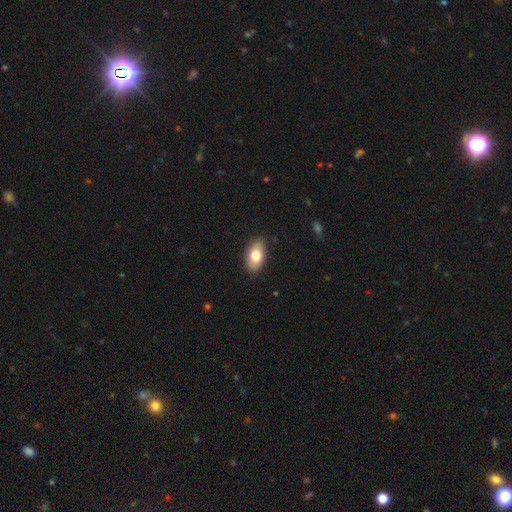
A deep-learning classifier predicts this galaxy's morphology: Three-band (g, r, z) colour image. It shows a smooth galaxy with no disk features (77%) that is in between round and cigar-shaped (91%). Merging: none (85%).